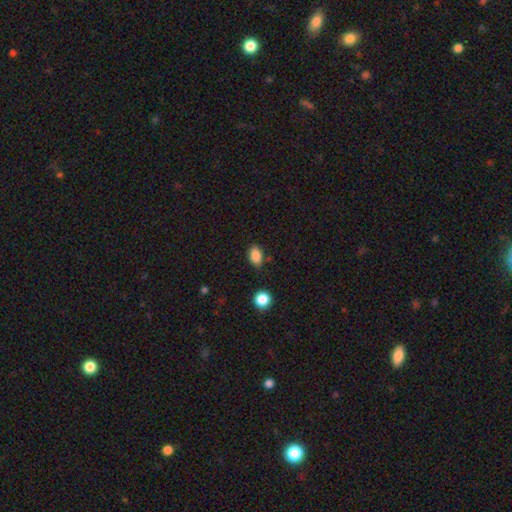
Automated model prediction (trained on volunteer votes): A smooth galaxy with no disk features (86%) that is in between round and cigar-shaped (83%).

Vote fractions:
- Smooth or featured? smooth: 86% / star or artifact: 10% / featured or disk: 4%
- How rounded? in between: 83% / round: 16% / cigar-shaped: 2%
- Merging? none: 80% / minor disturbance: 14% / major disturbance: 3% / merger: 3%